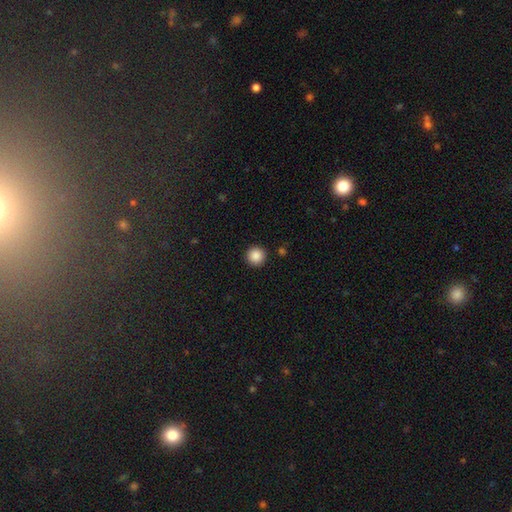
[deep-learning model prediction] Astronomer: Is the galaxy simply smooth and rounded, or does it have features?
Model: smooth — 87%.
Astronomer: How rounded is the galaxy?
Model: round — 96%.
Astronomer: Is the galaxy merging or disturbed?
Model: none — 93%.